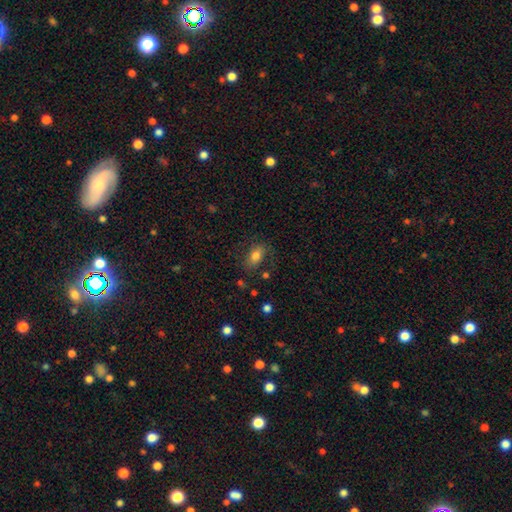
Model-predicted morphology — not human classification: Overall: smooth (76%). How rounded: in between (84%). Merging: none (74%).